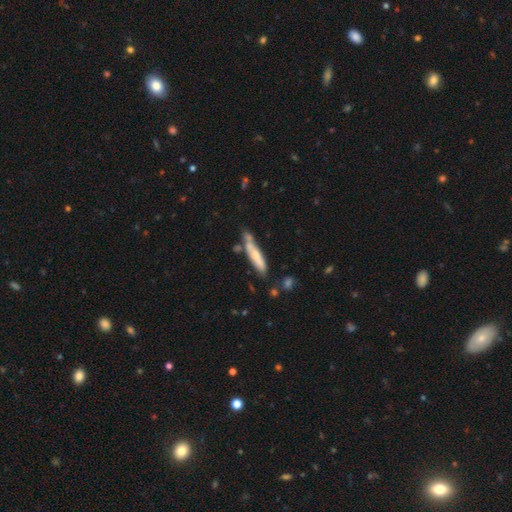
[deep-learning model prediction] A smooth galaxy with no disk features (59%) that is cigar-shaped (84%). Merging: none (52%).